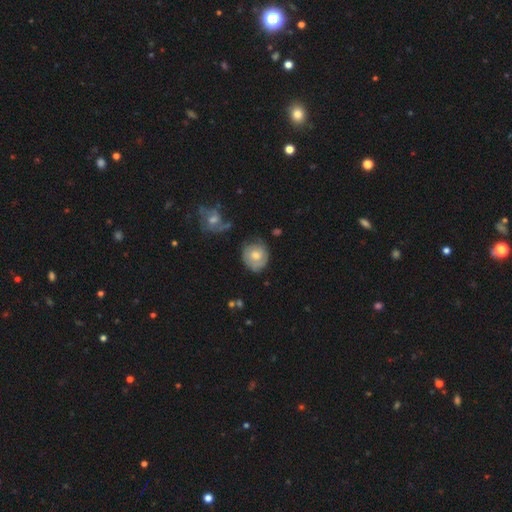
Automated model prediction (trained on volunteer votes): Smooth or featured? Predicted: smooth (p=0.53). How rounded? Predicted: round (p=0.78). Merging? Predicted: none (p=0.63).